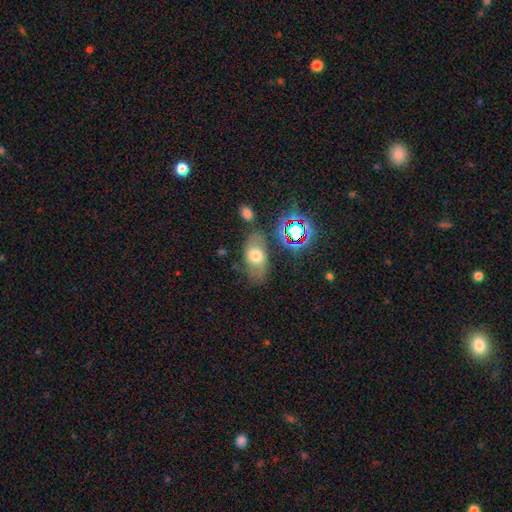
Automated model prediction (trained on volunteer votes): This appears to be a smooth galaxy with no disk features (52%) that is in between round and cigar-shaped (86%). Merging: none (65%).